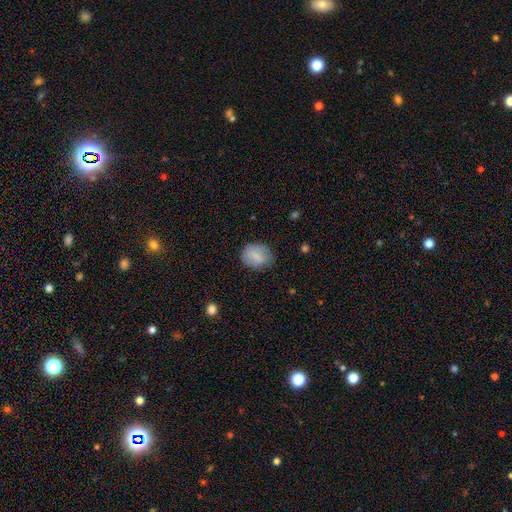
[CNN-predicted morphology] smooth 78%, featured or disk 14%, star or artifact 8%. Down the decision tree: how rounded — in between (50%); merging — none (73%).